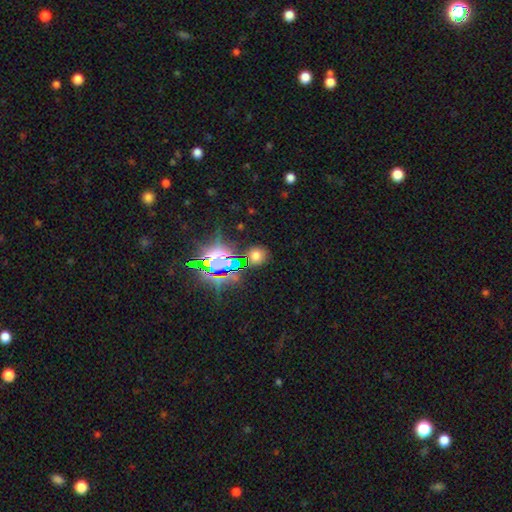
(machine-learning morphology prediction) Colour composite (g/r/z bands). It shows a smooth galaxy with no disk features (55%) that is round (76%). Merging: none (82%).